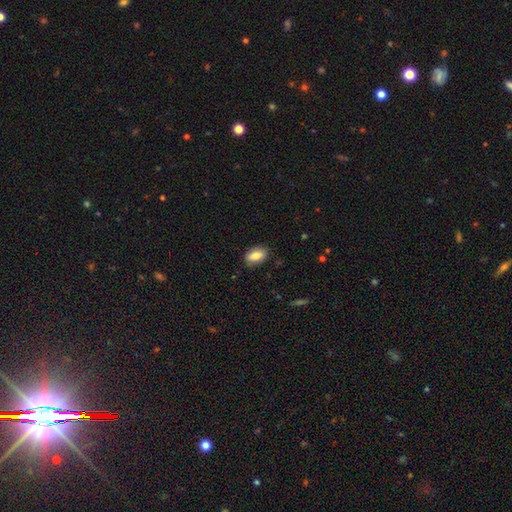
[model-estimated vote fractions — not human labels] Morphology: type=smooth (79%); roundness=in between (89%); merging=none (82%).